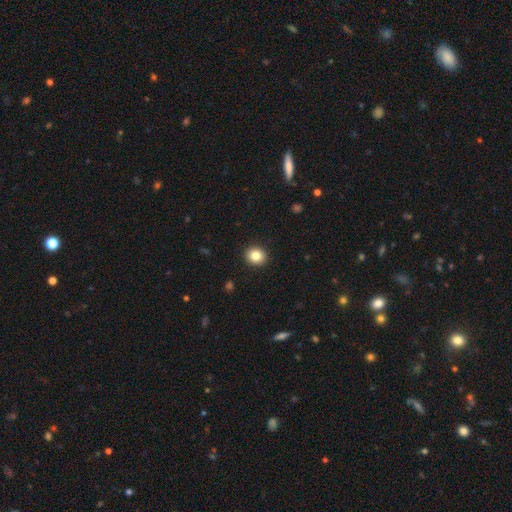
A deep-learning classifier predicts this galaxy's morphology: A smooth galaxy with no disk features (84%) that is round (78%).

Vote fractions:
- Smooth or featured? smooth: 84% / star or artifact: 10% / featured or disk: 7%
- How rounded? round: 78% / in between: 21% / cigar-shaped: 1%
- Merging? none: 92% / minor disturbance: 5% / major disturbance: 2% / merger: 1%